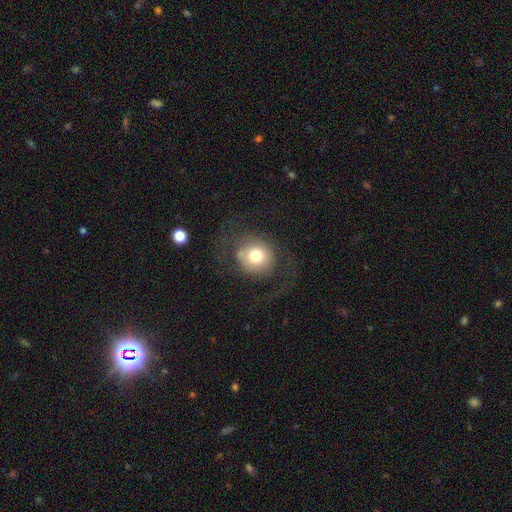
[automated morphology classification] This appears to be a smooth galaxy with no disk features (64%) that is round (84%). Merging: none (64%).